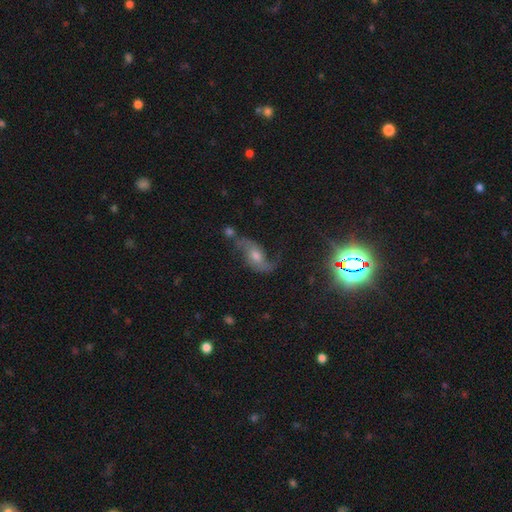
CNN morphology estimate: Smooth or featured?
  - featured or disk: 71% *
  - star or artifact: 16%
  - smooth: 13%
Edge-on disk?
  - no: 93% *
  - yes: 7%
Bar?
  - no: 60% *
  - weak: 30%
  - strong: 10%
Spiral arms?
  - yes: 91% *
  - no: 9%
Spiral winding?
  - loose: 76% *
  - medium: 19%
  - tight: 5%
Spiral arm count?
  - 2: 89% *
  - 1: 4%
  - can't tell: 4%
  - 3: 1%
  - 4: 1%
  - more than 4: 1%
Bulge size?
  - moderate: 63% *
  - small: 24%
  - large: 8%
  - none: 3%
  - dominant: 2%
Merging?
  - none: 61% *
  - minor disturbance: 19%
  - major disturbance: 13%
  - merger: 7%